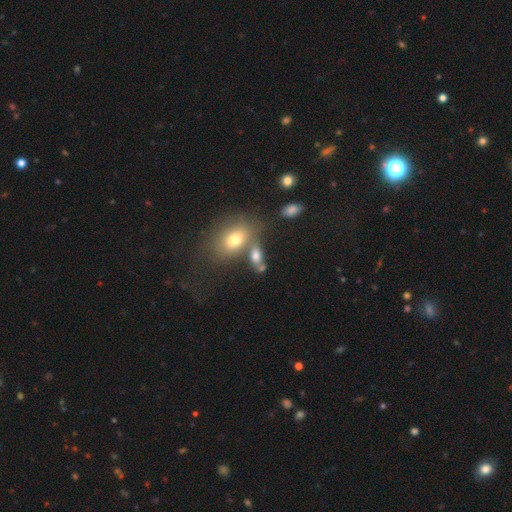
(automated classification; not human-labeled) Q: Smooth or featured?
A: smooth (70%); runner-up: featured or disk (17%)
Q: How rounded?
A: in between (78%); runner-up: round (15%)
Q: Merging?
A: none (45%); runner-up: merger (36%)